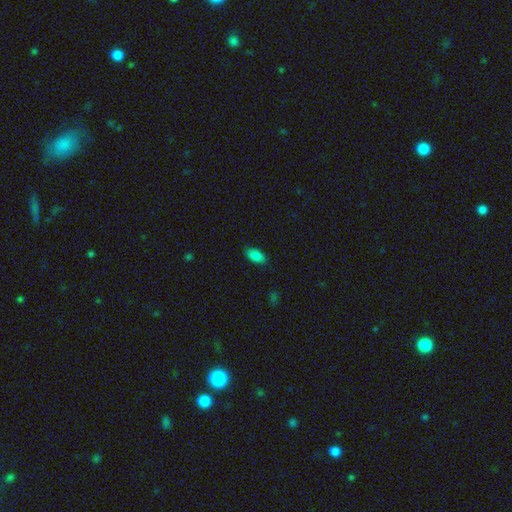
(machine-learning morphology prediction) Overall: smooth (85%). How rounded: in between (92%). Merging: none (84%).